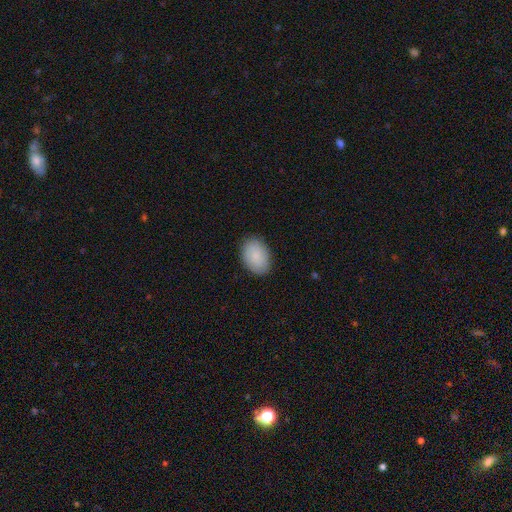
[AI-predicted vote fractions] Smooth or featured? Predicted: smooth (p=0.85). How rounded? Predicted: in between (p=0.84). Merging? Predicted: none (p=0.87).